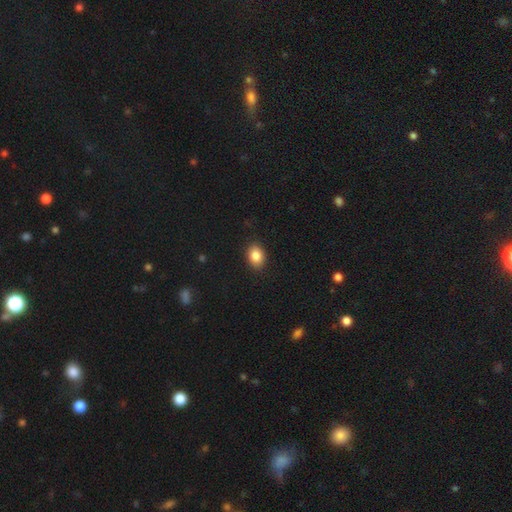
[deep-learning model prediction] This is clearly a smooth galaxy (85%). How rounded: likely in between (67%). Merging: clearly none (88%).